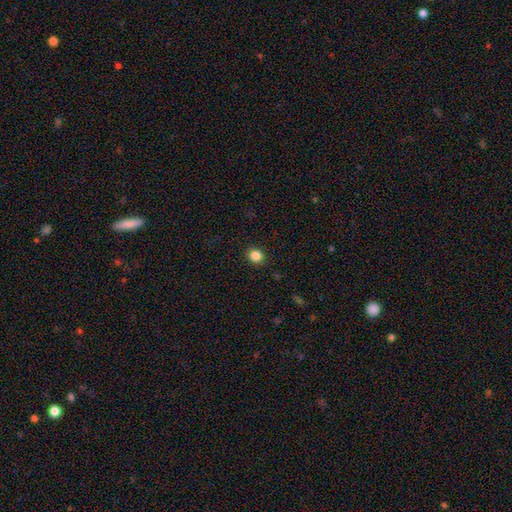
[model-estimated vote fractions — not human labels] smooth 85%, star or artifact 11%, featured or disk 4%. Down the decision tree: how rounded — round (78%); merging — none (91%).